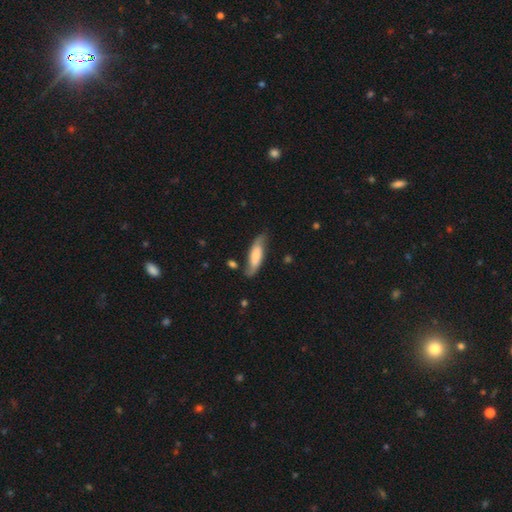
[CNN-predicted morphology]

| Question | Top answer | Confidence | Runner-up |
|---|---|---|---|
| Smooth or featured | smooth | 48% | featured or disk (46%) |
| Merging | none | 69% | minor disturbance (21%) |